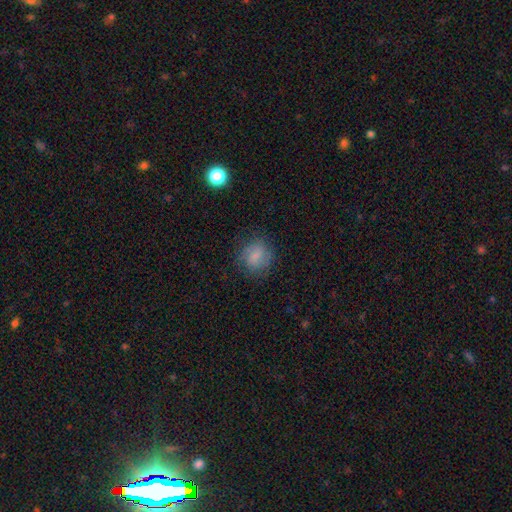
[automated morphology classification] The model was most divided on "how rounded": round: 74%, in between: 24%, cigar-shaped: 1%. More confident: merging — none (78%); smooth or featured — smooth (77%).